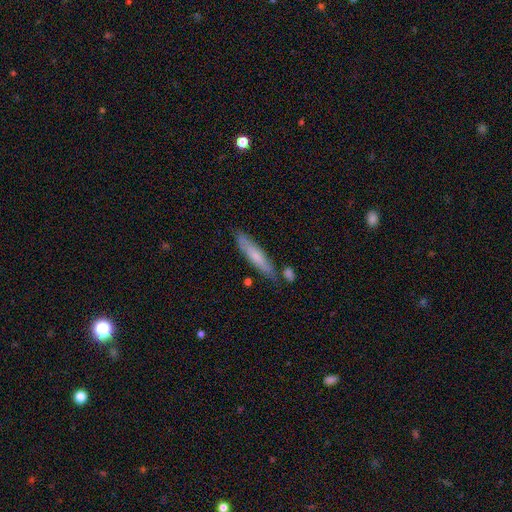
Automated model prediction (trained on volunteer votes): Smooth or featured?
  - smooth: 62% *
  - featured or disk: 32%
  - star or artifact: 6%
How rounded?
  - cigar-shaped: 88% *
  - in between: 11%
  - round: 1%
Merging?
  - none: 76% *
  - minor disturbance: 15%
  - merger: 6%
  - major disturbance: 3%